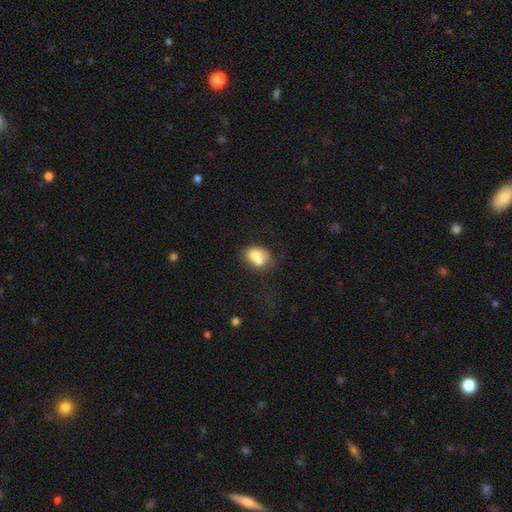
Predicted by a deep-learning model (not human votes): Smooth or featured? smooth (67%)
How rounded? in between (64%)
Merging? merger (54%)